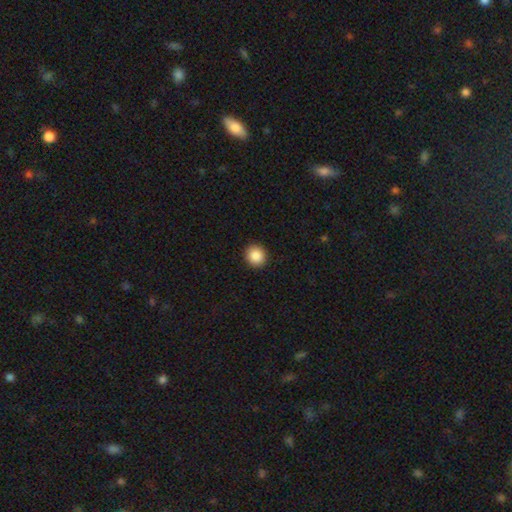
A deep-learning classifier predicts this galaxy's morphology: Smooth or featured?
  - smooth: 87% *
  - star or artifact: 9%
  - featured or disk: 4%
How rounded?
  - round: 89% *
  - in between: 10%
  - cigar-shaped: 1%
Merging?
  - none: 93% *
  - minor disturbance: 5%
  - major disturbance: 2%
  - merger: 1%